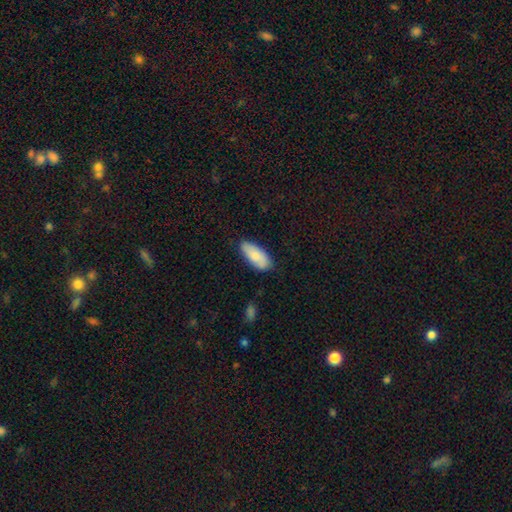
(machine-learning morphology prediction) smooth 82%, featured or disk 12%, star or artifact 6%. Down the decision tree: how rounded — in between (86%); merging — none (76%).